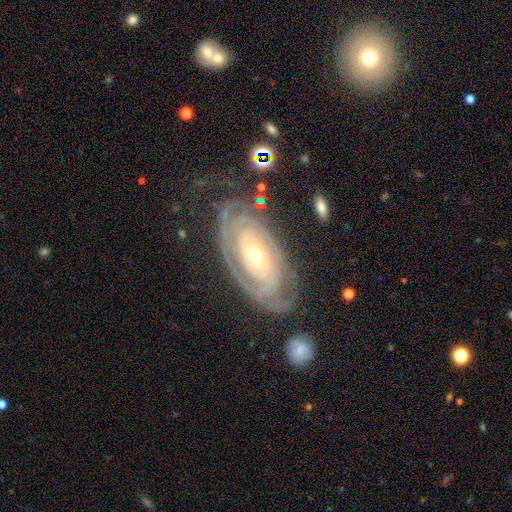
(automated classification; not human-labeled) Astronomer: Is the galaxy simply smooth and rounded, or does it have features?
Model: featured or disk — 86%.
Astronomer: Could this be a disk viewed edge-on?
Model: no — 94%.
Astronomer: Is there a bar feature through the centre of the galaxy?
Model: no — 73%.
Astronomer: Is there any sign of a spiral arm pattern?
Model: yes — 92%.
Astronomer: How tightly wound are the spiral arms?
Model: tight — 83%.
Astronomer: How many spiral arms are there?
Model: can't tell — 41% (runner-up: 2, 26%).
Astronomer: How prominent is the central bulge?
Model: small — 64%.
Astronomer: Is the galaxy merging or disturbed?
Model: none — 67%.